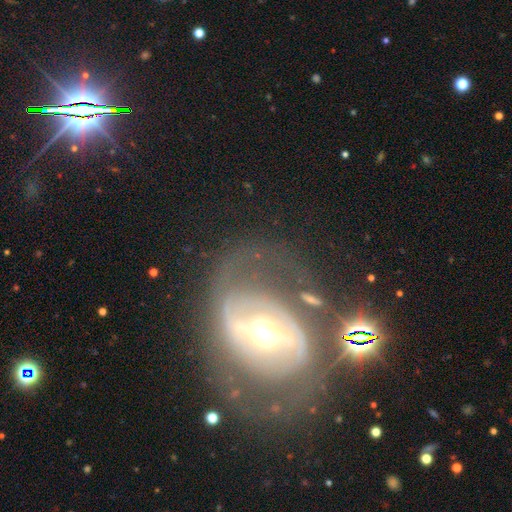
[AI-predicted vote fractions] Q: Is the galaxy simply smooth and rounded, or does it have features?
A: featured or disk — 78%.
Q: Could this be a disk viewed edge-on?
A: no — 95%.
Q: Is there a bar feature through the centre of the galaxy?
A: strong — 43%.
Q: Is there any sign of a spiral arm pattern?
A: yes — 70%.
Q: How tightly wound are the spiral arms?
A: medium — 40%.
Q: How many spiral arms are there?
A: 2 — 65%.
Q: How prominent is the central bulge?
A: moderate — 59%.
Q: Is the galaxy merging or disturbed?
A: none — 58%.